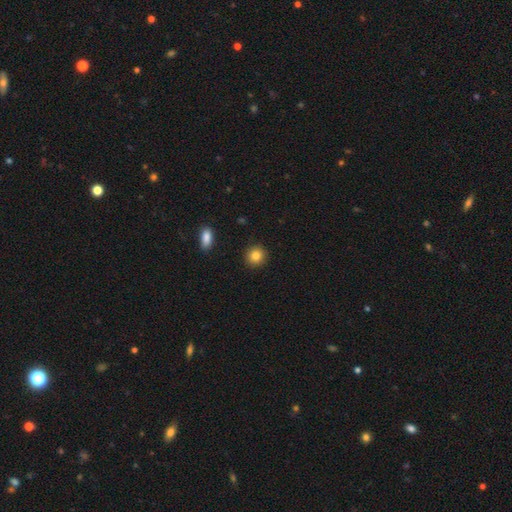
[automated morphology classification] smooth 85%, star or artifact 9%, featured or disk 6%. Down the decision tree: how rounded — round (88%); merging — none (91%).